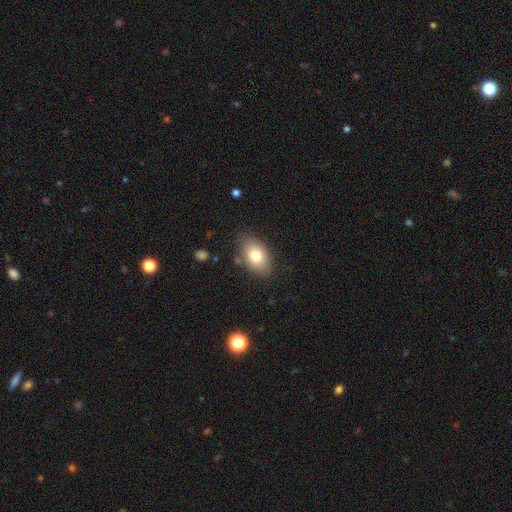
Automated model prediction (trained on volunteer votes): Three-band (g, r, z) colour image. It shows a smooth galaxy with no disk features (76%) that is in between round and cigar-shaped (88%). Merging: none (79%).